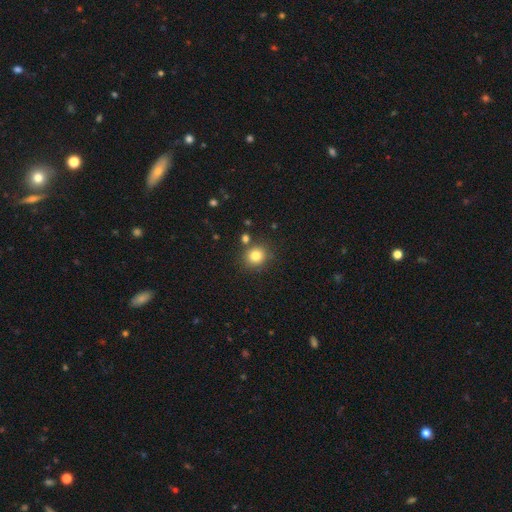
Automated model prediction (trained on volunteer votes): Smooth or featured? smooth (81%)
How rounded? round (84%)
Merging? none (81%)